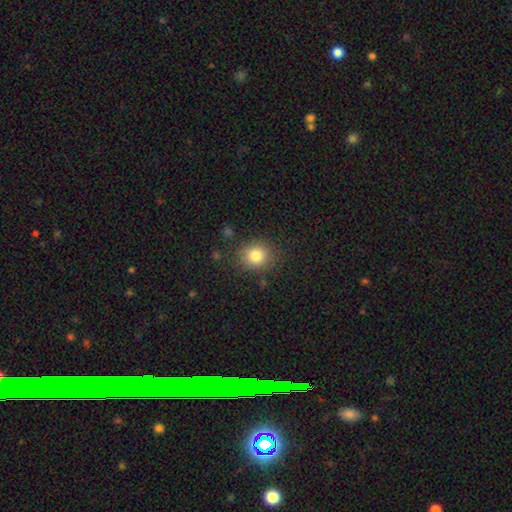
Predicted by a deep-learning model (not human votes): Smooth or featured? Predicted: smooth (p=0.81). How rounded? Predicted: round (p=0.81). Merging? Predicted: none (p=0.85).